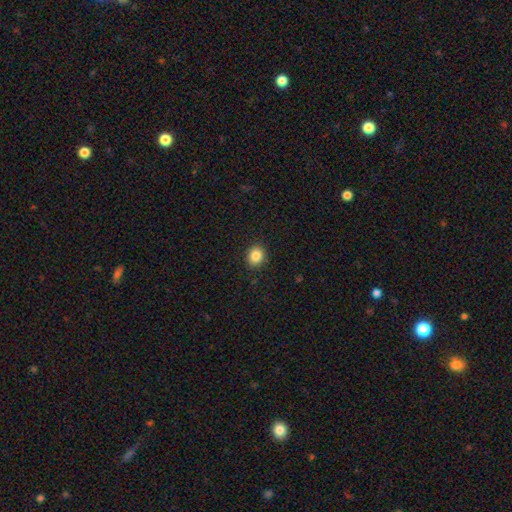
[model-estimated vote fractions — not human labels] Smooth or featured? smooth (85%)
How rounded? round (73%)
Merging? none (91%)